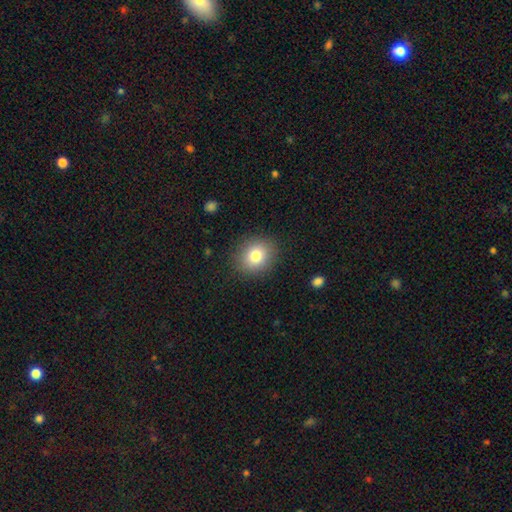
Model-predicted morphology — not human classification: A smooth galaxy with no disk features (80%) that is round (74%). Merging: none (88%).